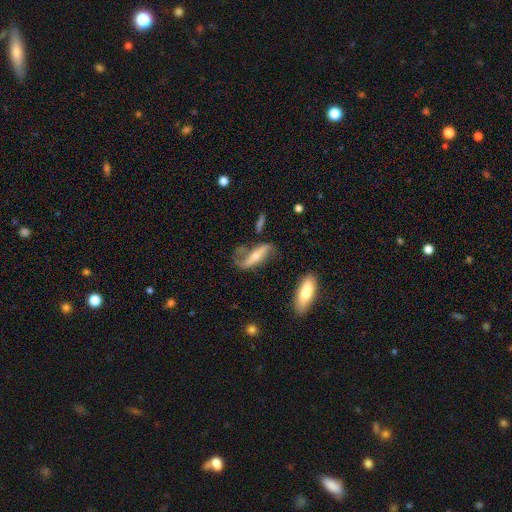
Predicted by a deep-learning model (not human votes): Smooth or featured: featured or disk — 69% (smooth — 24%)
Edge-on disk: no — 67% (yes — 33%)
Merging: none — 48% (minor disturbance — 24%)